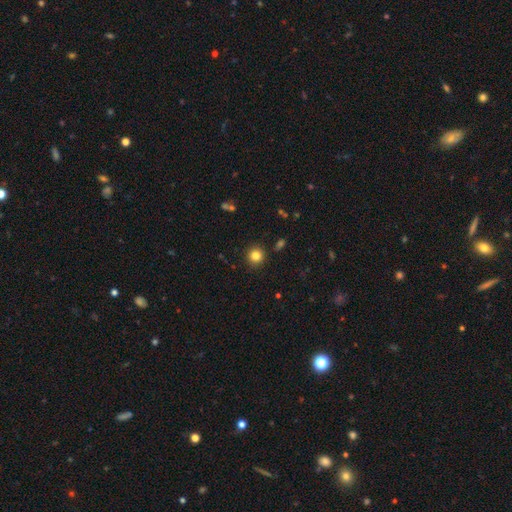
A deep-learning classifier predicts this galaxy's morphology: Smooth or featured: smooth — 82% (star or artifact — 12%)
How rounded: round — 92% (in between — 7%)
Merging: none — 90% (minor disturbance — 6%)